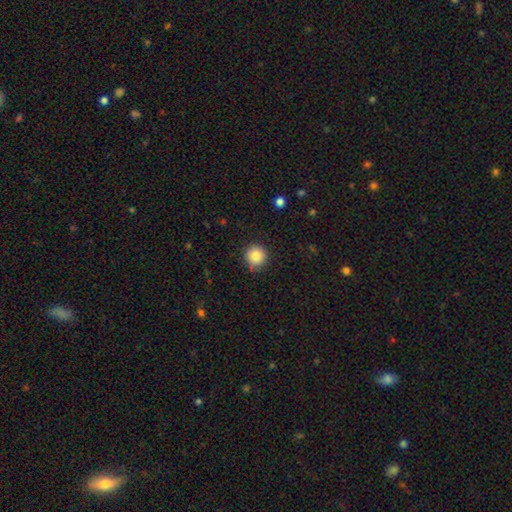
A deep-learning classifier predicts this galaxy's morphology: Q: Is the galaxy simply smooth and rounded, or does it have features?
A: smooth — 85%.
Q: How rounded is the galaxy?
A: round — 95%.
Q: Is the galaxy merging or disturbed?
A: none — 87%.